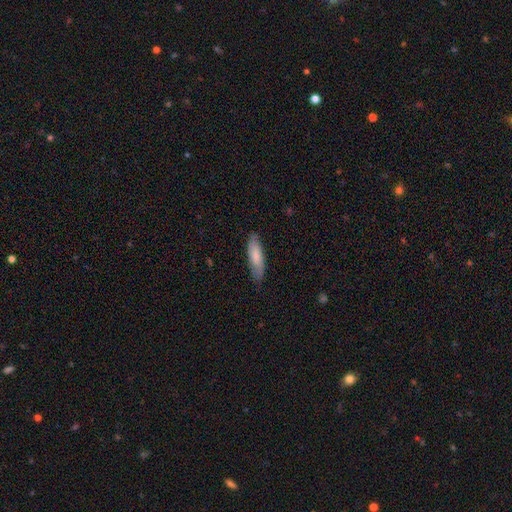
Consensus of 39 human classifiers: Smooth or featured? smooth (90%)
How rounded? cigar-shaped (80%)
Merging? none (76%)